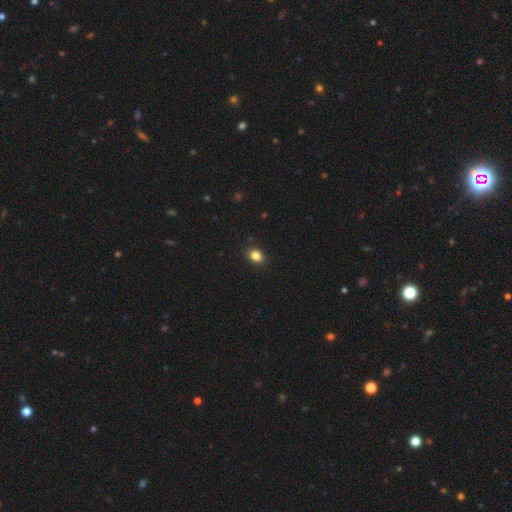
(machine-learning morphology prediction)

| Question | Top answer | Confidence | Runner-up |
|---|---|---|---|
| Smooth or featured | smooth | 84% | star or artifact (11%) |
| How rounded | round | 51% | in between (48%) |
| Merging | none | 89% | minor disturbance (8%) |